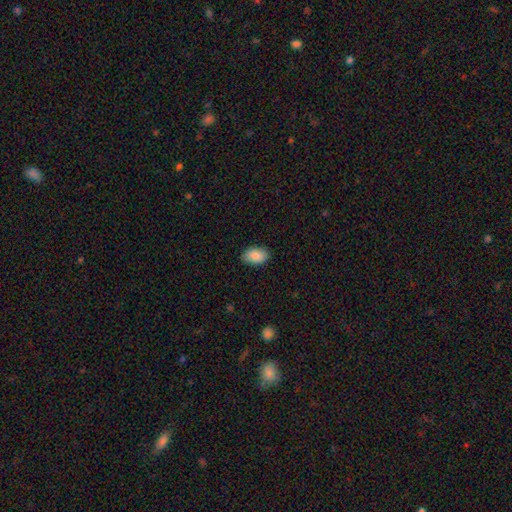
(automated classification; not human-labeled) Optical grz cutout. It shows a smooth galaxy with no disk features (89%) that is in between round and cigar-shaped (91%). Merging: none (86%).